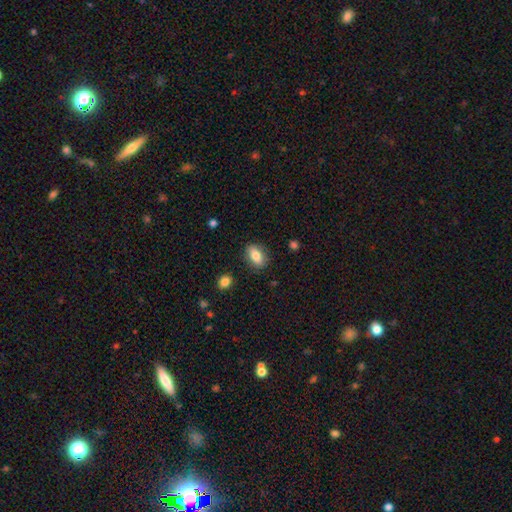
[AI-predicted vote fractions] Smooth or featured? smooth (80%)
How rounded? in between (85%)
Merging? none (84%)